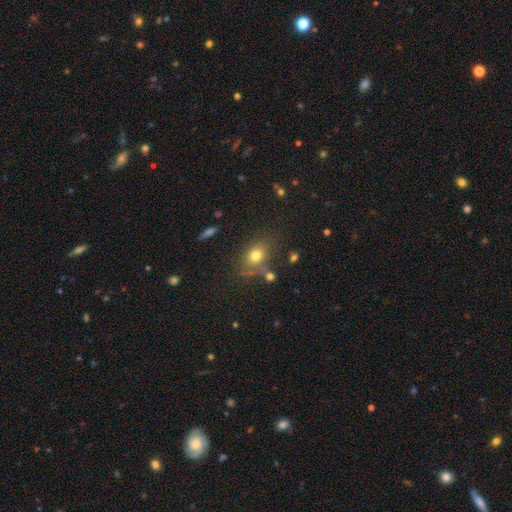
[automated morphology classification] smooth-or-featured: smooth: 74% | star or artifact: 14% | featured or disk: 12%
  how-rounded: in between: 54% | round: 44% | cigar-shaped: 2%
  merging: none: 66% | minor disturbance: 17% | merger: 10% | major disturbance: 7%